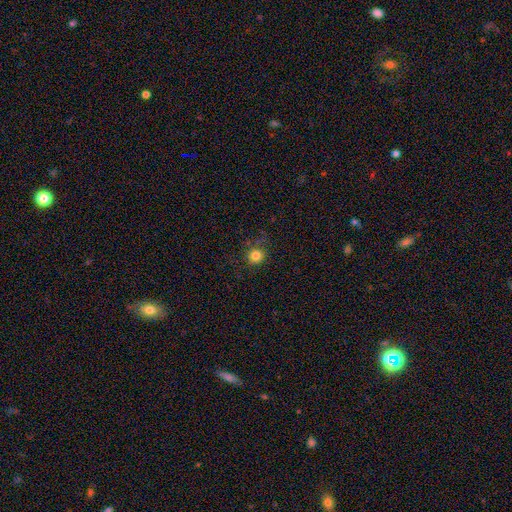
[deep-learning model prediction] Overall: smooth (82%). How rounded: round (90%). Merging: none (81%).